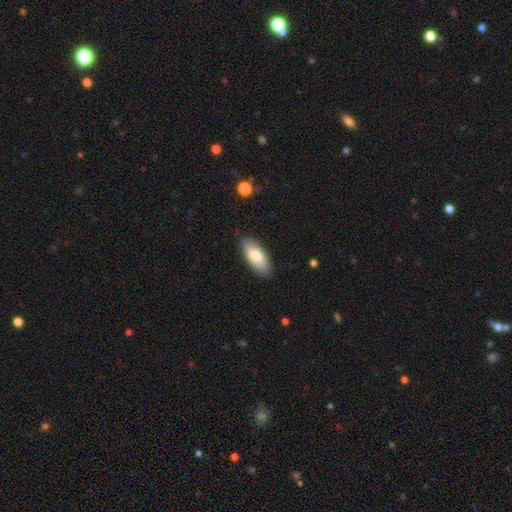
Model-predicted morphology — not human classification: Smooth or featured? smooth (79%)
How rounded? in between (84%)
Merging? none (87%)